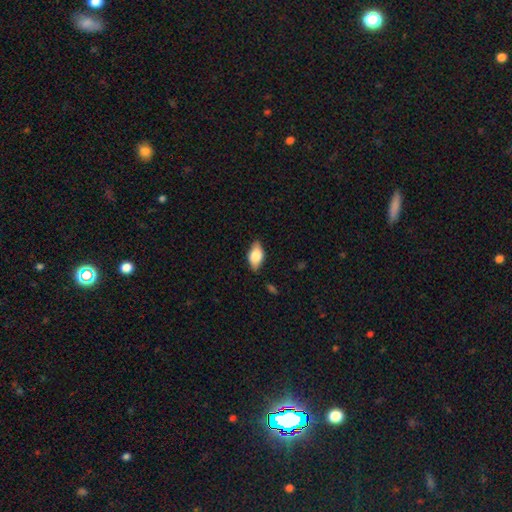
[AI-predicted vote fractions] This is likely a smooth galaxy (69%). How rounded: clearly in between (88%). Merging: clearly none (81%).